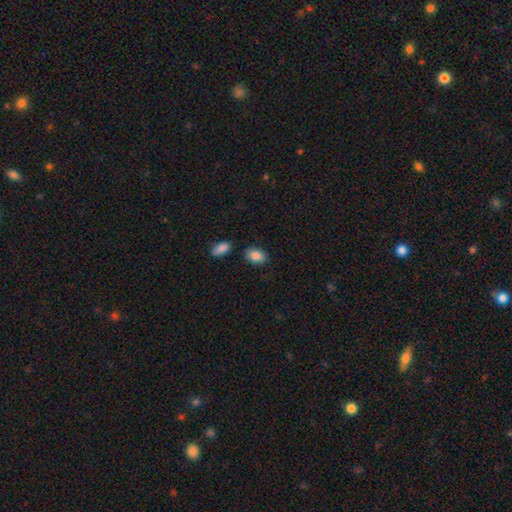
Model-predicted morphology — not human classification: smooth_or_featured: smooth (p=0.87) [alt: star or artifact p=0.07]
how_rounded: in between (p=0.89) [alt: round p=0.09]
merging: none (p=0.81) [alt: minor disturbance p=0.11]